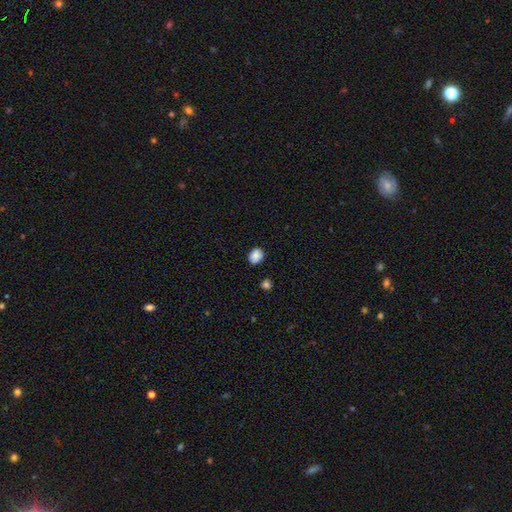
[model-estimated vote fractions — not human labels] Smooth or featured? smooth (86%)
How rounded? round (55%)
Merging? none (84%)